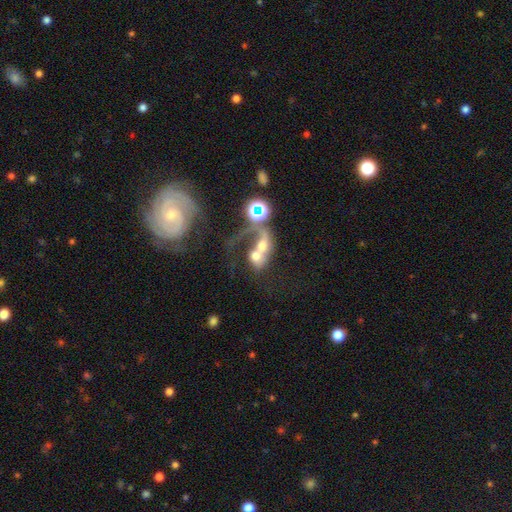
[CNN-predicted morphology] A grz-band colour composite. It shows a featured or disk galaxy (47%). Merging: merger (70%).